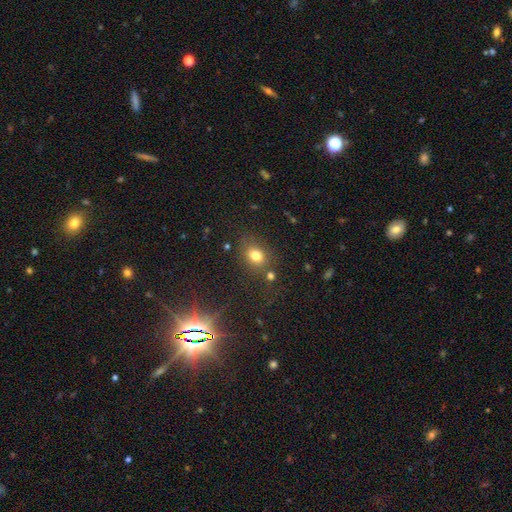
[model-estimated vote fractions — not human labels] Smooth or featured? smooth (74%)
How rounded? in between (52%)
Merging? none (72%)